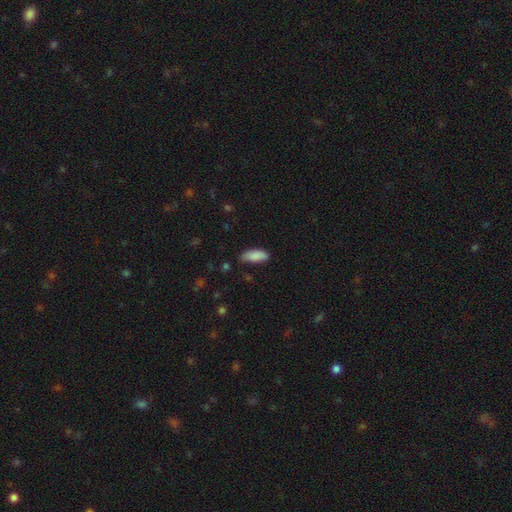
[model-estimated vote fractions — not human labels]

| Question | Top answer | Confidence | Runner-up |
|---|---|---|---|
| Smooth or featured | smooth | 87% | star or artifact (7%) |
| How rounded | in between | 77% | cigar-shaped (22%) |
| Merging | none | 68% | minor disturbance (26%) |